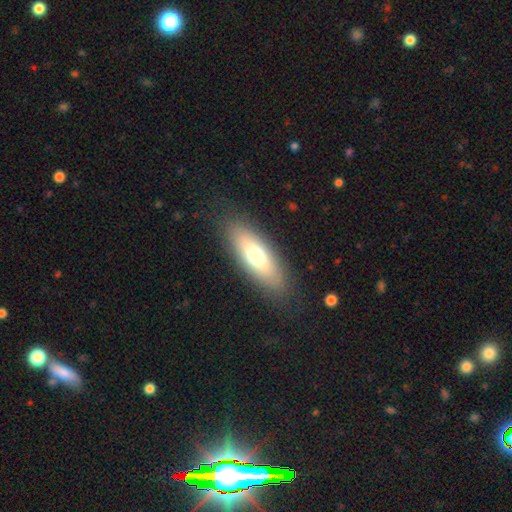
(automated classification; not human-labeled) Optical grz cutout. It shows a smooth galaxy with no disk features (68%) that is in between round and cigar-shaped (62%). Merging: none (85%).